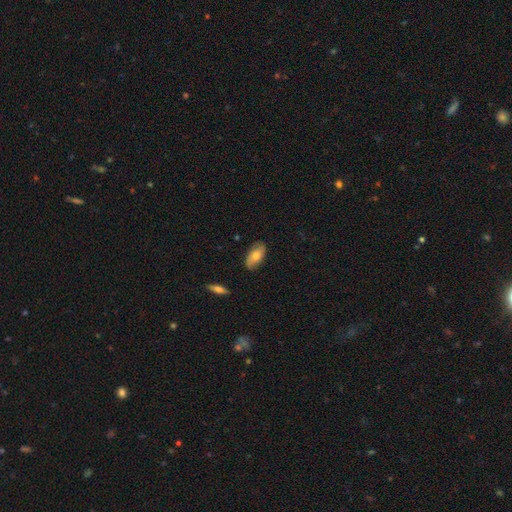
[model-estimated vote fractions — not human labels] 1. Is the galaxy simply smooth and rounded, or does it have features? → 57% smooth, 36% featured or disk, 7% star or artifact.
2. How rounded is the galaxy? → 91% in between, 5% cigar-shaped, 4% round.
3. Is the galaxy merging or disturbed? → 80% none, 15% minor disturbance, 3% major disturbance, 1% merger.